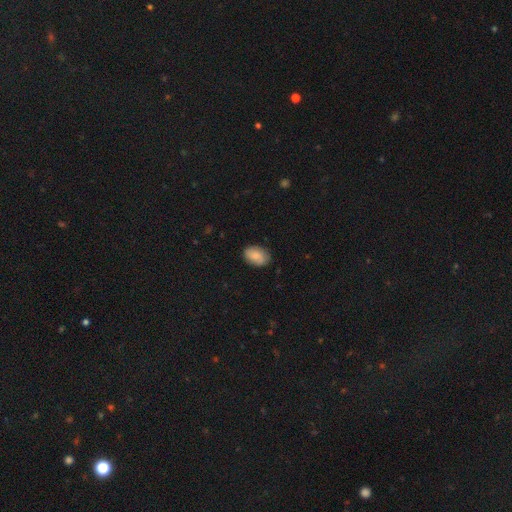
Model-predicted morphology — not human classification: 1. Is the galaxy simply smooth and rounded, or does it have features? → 86% smooth, 8% featured or disk, 6% star or artifact.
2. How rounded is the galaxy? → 86% in between, 13% round, 1% cigar-shaped.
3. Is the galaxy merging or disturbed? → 84% none, 12% minor disturbance, 2% major disturbance, 1% merger.